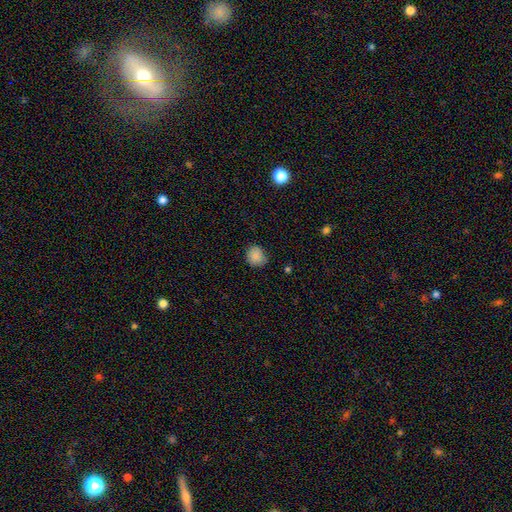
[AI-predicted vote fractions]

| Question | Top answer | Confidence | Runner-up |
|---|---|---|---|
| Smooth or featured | smooth | 87% | star or artifact (9%) |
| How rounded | round | 81% | in between (18%) |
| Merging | none | 78% | minor disturbance (18%) |